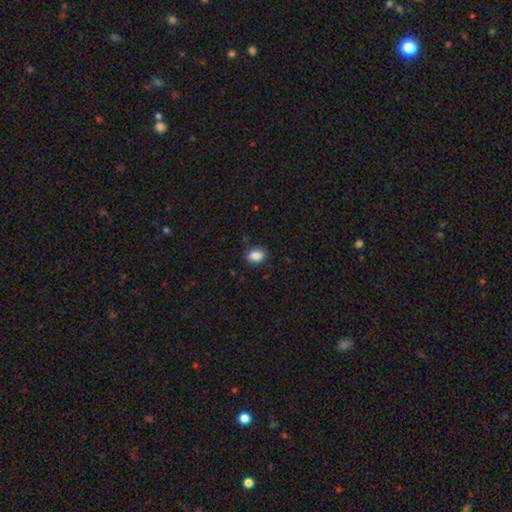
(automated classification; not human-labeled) This appears to be a smooth galaxy with no disk features (87%) that is in between round and cigar-shaped (72%). Merging: none (86%).